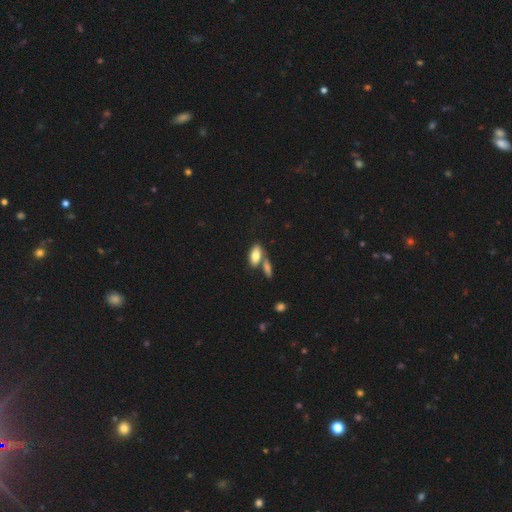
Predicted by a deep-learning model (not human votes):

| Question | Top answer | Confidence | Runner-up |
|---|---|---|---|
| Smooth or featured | smooth | 80% | featured or disk (13%) |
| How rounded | in between | 88% | cigar-shaped (9%) |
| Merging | none | 50% | merger (35%) |